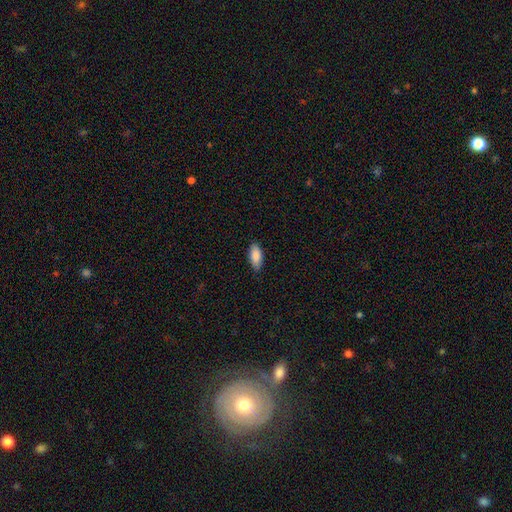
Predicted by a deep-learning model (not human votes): Morphology: type=smooth (88%); roundness=in between (89%); merging=none (86%).